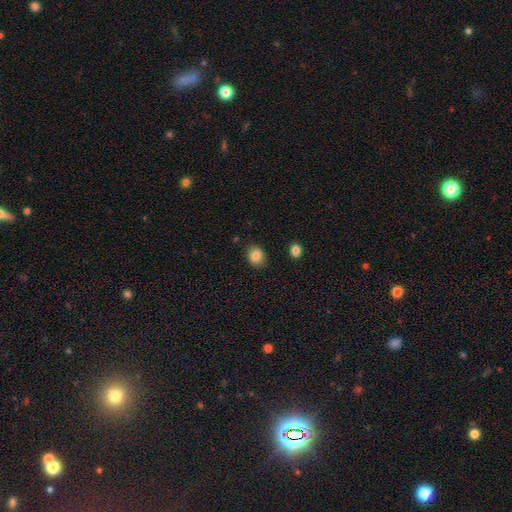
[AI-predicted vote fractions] Smooth or featured? Predicted: smooth (p=0.85). How rounded? Predicted: round (p=0.59). Merging? Predicted: none (p=0.83).